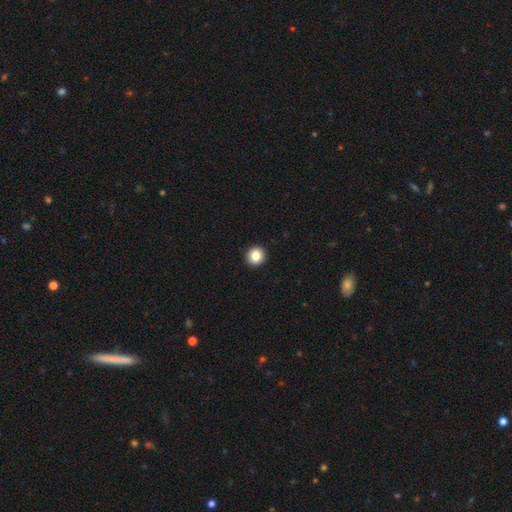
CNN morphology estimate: Q: Smooth or featured?
A: smooth (84%); runner-up: star or artifact (10%)
Q: How rounded?
A: round (92%); runner-up: in between (7%)
Q: Merging?
A: none (94%); runner-up: minor disturbance (4%)